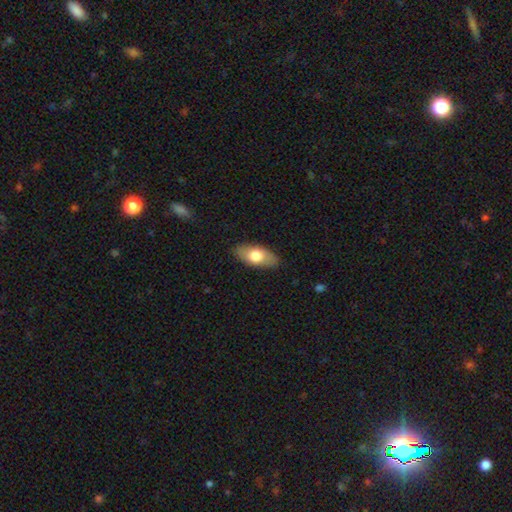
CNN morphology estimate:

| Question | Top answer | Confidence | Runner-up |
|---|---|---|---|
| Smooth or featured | smooth | 70% | featured or disk (25%) |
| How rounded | in between | 89% | cigar-shaped (7%) |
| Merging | none | 87% | minor disturbance (10%) |